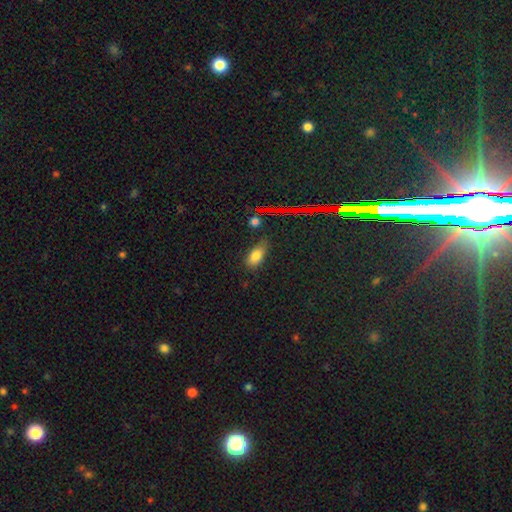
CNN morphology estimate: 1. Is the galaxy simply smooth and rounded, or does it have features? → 78% smooth, 14% star or artifact, 8% featured or disk.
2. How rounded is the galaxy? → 86% in between, 8% round, 6% cigar-shaped.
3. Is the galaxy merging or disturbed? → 66% none, 24% minor disturbance, 6% major disturbance, 4% merger.